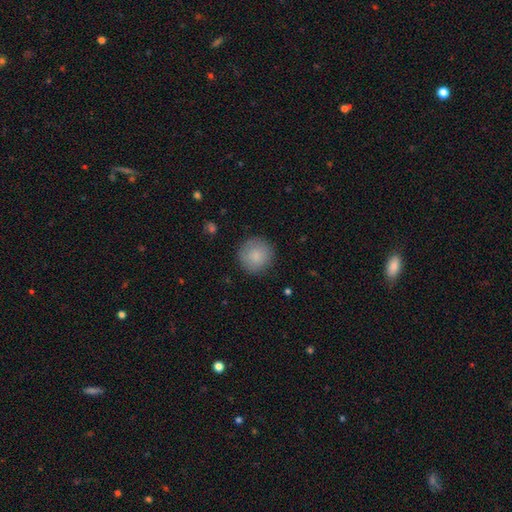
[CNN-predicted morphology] This appears to be a smooth galaxy with no disk features (85%) that is round (94%). Merging: none (86%).